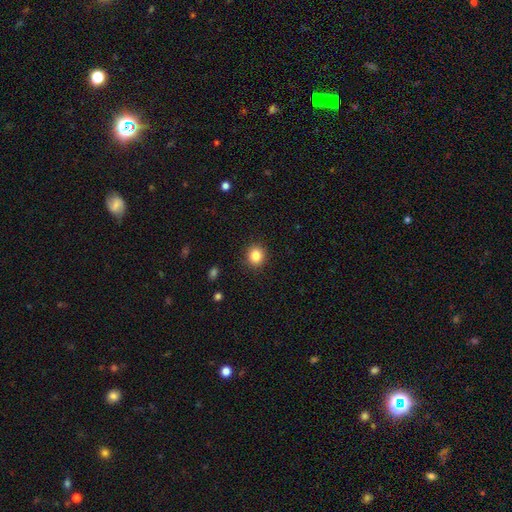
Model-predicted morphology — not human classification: A smooth galaxy with no disk features (84%) that is round (86%). Merging: none (91%).